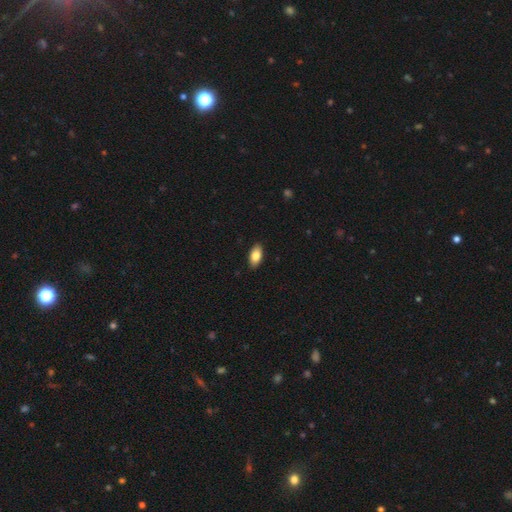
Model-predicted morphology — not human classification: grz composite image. It shows a smooth galaxy with no disk features (83%) that is in between round and cigar-shaped (92%). Merging: none (90%).